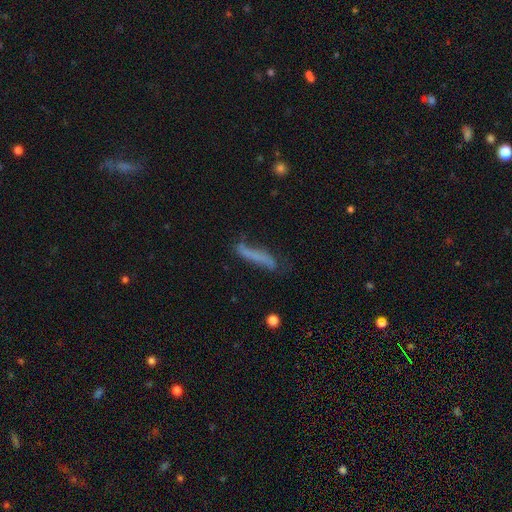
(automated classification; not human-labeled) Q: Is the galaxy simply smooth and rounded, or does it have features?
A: smooth — 56%.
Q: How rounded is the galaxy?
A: cigar-shaped — 87%.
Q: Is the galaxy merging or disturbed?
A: none — 53%.